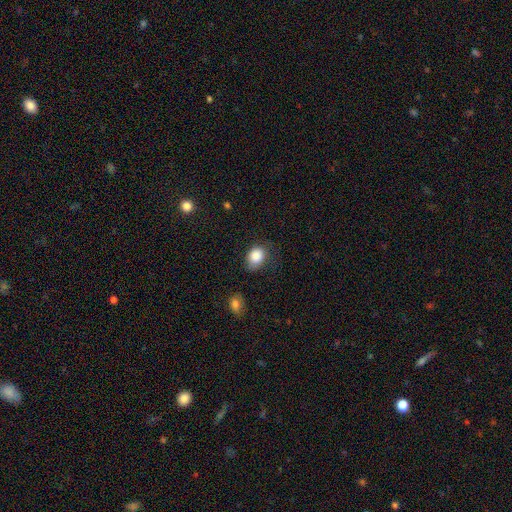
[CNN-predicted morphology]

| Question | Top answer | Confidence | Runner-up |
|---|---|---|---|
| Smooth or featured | smooth | 86% | star or artifact (9%) |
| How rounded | in between | 59% | round (40%) |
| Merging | none | 62% | minor disturbance (27%) |